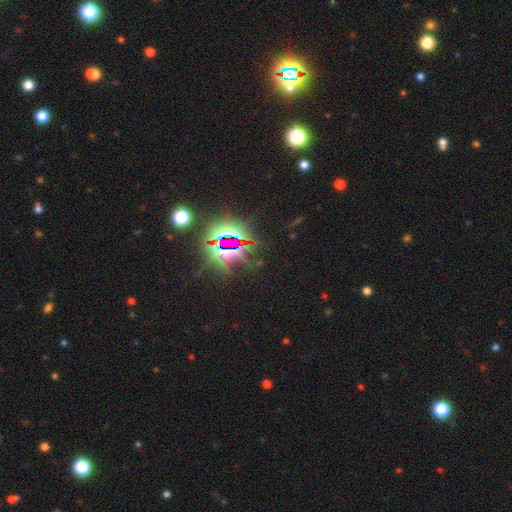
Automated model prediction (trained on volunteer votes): Morphology: type=star or artifact (83%).